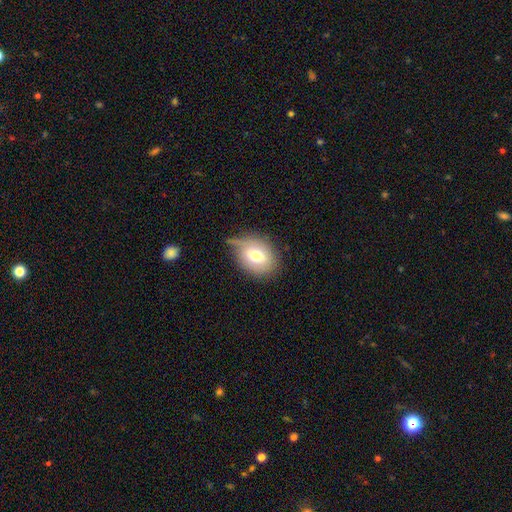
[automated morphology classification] Overall: smooth (72%). How rounded: in between (60%; round 38%). Merging: none (59%; minor disturbance 28%).